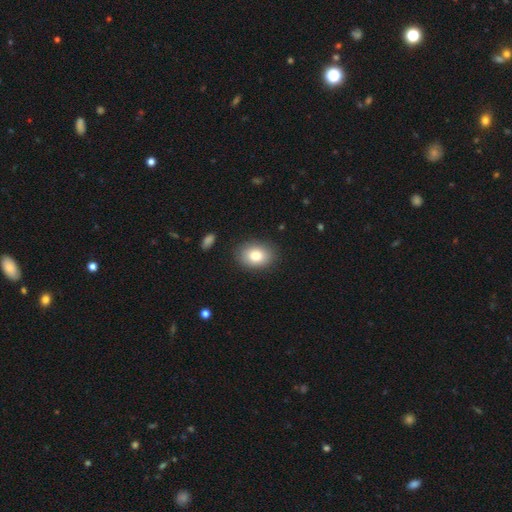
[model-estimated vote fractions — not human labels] A smooth galaxy with no disk features (82%) that is in between round and cigar-shaped (66%).

Vote fractions:
- Smooth or featured? smooth: 82% / featured or disk: 10% / star or artifact: 8%
- How rounded? in between: 66% / round: 33% / cigar-shaped: 1%
- Merging? none: 86% / minor disturbance: 10% / major disturbance: 3% / merger: 1%